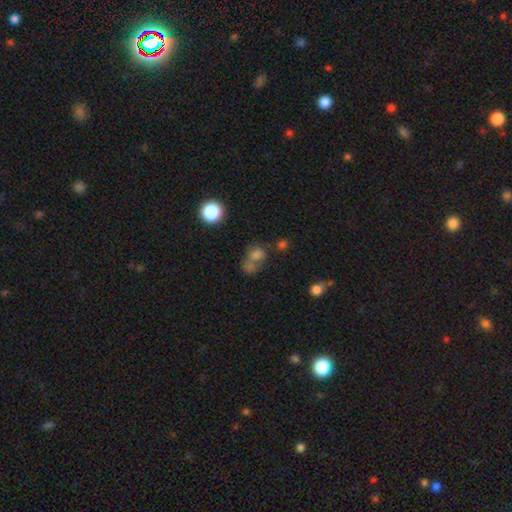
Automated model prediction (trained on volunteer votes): Smooth or featured? smooth (64%)
How rounded? round (61%)
Merging? merger (45%)